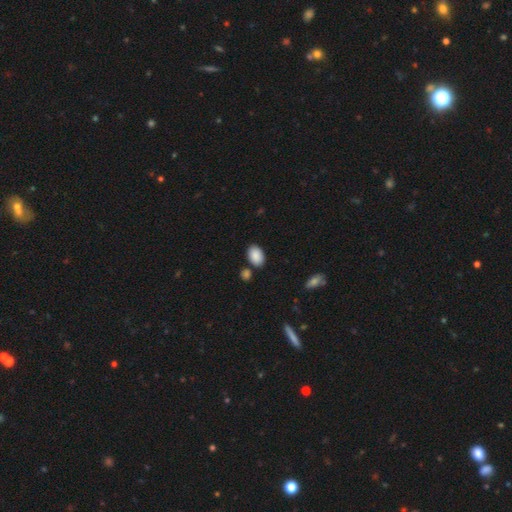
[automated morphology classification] Smooth or featured? Predicted: smooth (p=0.89). How rounded? Predicted: in between (p=0.88). Merging? Predicted: none (p=0.77).